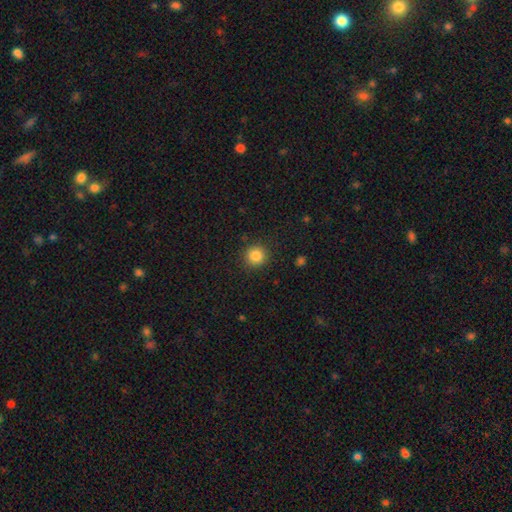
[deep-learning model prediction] Smooth or featured?
  - smooth: 84% *
  - star or artifact: 11%
  - featured or disk: 5%
How rounded?
  - round: 93% *
  - in between: 6%
  - cigar-shaped: 1%
Merging?
  - none: 90% *
  - minor disturbance: 7%
  - major disturbance: 3%
  - merger: 1%